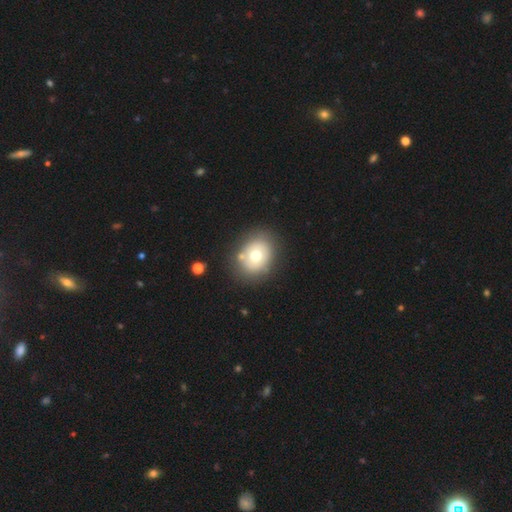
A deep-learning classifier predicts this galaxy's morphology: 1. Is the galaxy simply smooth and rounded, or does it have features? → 65% smooth, 25% featured or disk, 10% star or artifact.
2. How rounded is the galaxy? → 57% round, 42% in between, 1% cigar-shaped.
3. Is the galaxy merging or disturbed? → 76% none, 13% minor disturbance, 7% merger, 5% major disturbance.